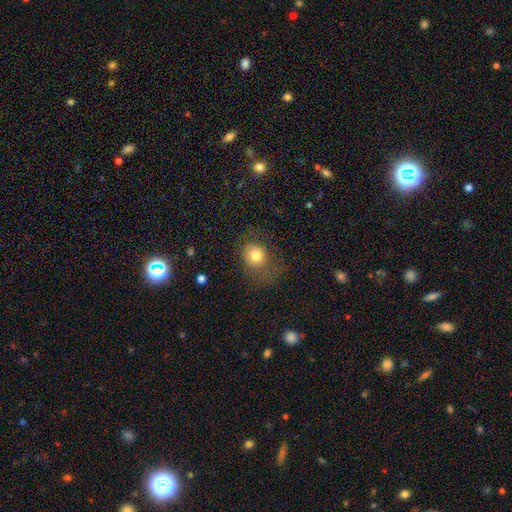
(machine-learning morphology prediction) Q: Smooth or featured?
A: smooth (79%); runner-up: star or artifact (11%)
Q: How rounded?
A: round (71%); runner-up: in between (28%)
Q: Merging?
A: none (55%); runner-up: minor disturbance (23%)